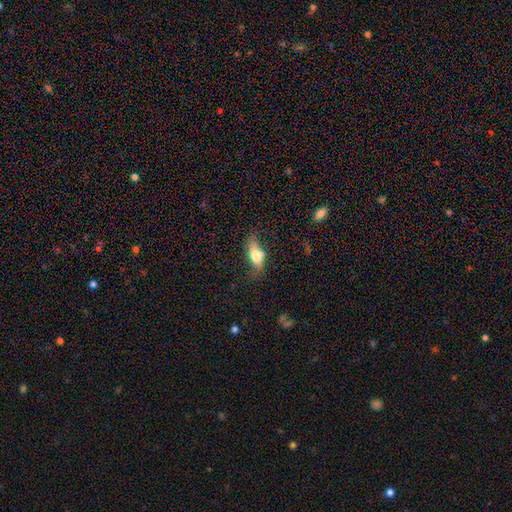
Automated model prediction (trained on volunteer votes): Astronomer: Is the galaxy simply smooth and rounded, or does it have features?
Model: smooth — 58% (runner-up: featured or disk, 34%).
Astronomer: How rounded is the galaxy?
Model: in between — 75%.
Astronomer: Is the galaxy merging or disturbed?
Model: none — 53% (runner-up: minor disturbance, 28%).